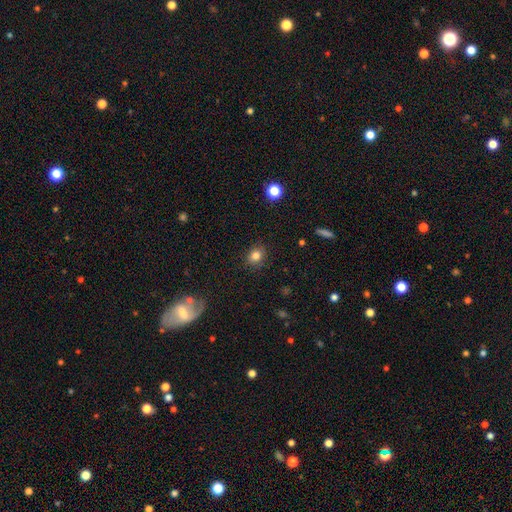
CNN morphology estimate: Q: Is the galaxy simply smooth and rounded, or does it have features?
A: smooth — 82%.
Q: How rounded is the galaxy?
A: round — 60%.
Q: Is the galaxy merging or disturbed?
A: none — 86%.